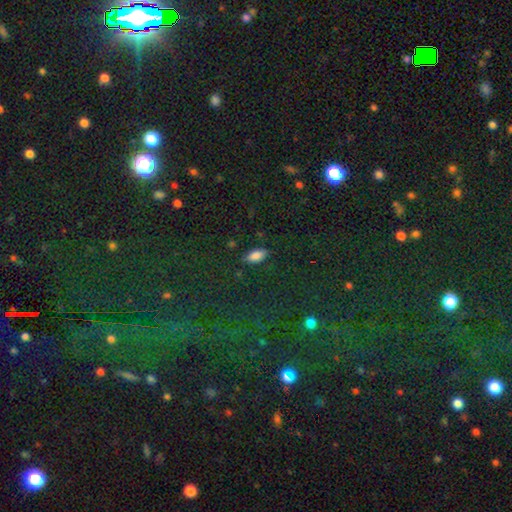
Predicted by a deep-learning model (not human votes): This appears to be a smooth galaxy with no disk features (82%) that is in between round and cigar-shaped (88%). Merging: none (81%).